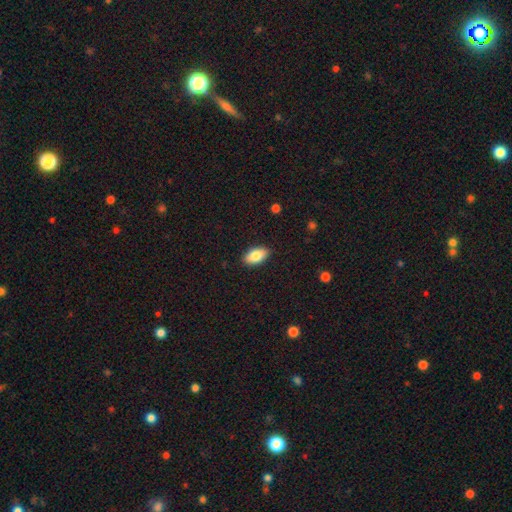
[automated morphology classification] A smooth galaxy with no disk features (82%) that is in between round and cigar-shaped (93%). Merging: none (88%).